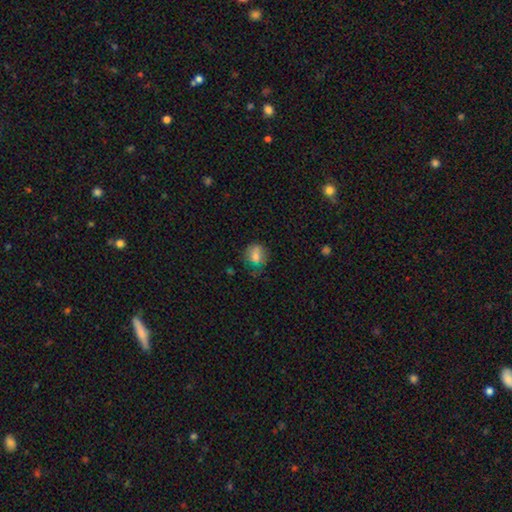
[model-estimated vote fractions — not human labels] smooth 73%, featured or disk 16%, star or artifact 11%. Down the decision tree: how rounded — round (62%); merging — none (56%).